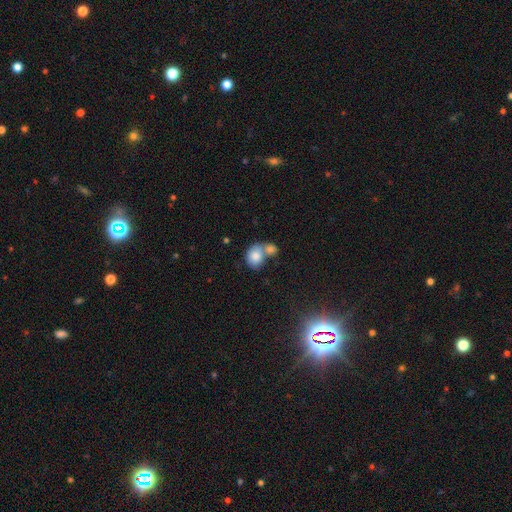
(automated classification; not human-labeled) Morphology: type=smooth (82%); roundness=round (58%); merging=merger (58%).